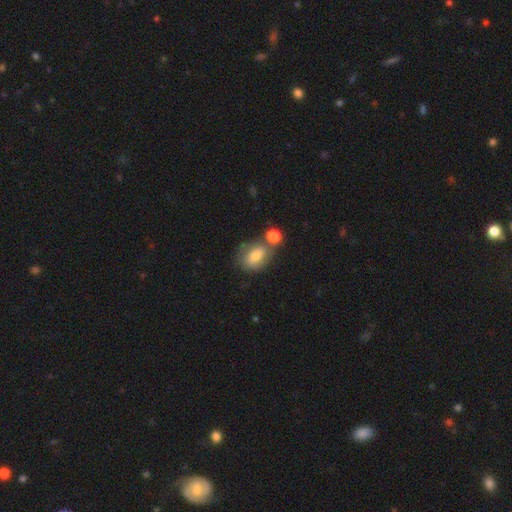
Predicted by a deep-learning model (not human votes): Q: Smooth or featured?
A: smooth (68%); runner-up: featured or disk (24%)
Q: How rounded?
A: in between (72%); runner-up: round (26%)
Q: Merging?
A: none (44%); runner-up: merger (32%)